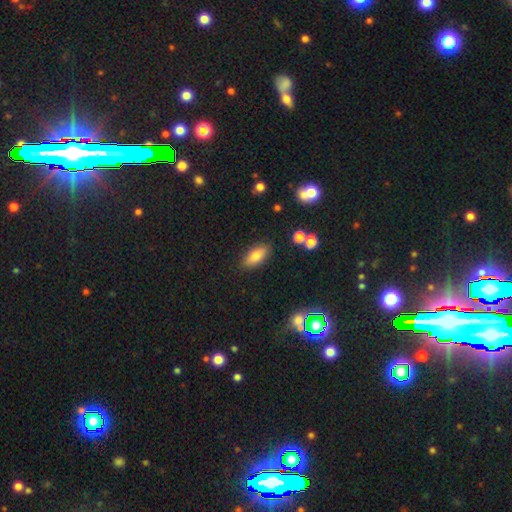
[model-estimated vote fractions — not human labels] Smooth or featured: smooth — 77% (featured or disk — 14%)
How rounded: in between — 84% (cigar-shaped — 12%)
Merging: none — 86% (minor disturbance — 10%)